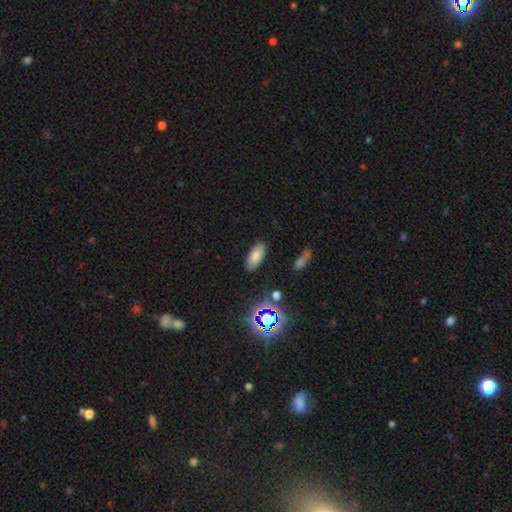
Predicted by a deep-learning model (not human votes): Overall: smooth (75%). How rounded: in between (87%). Merging: none (85%).